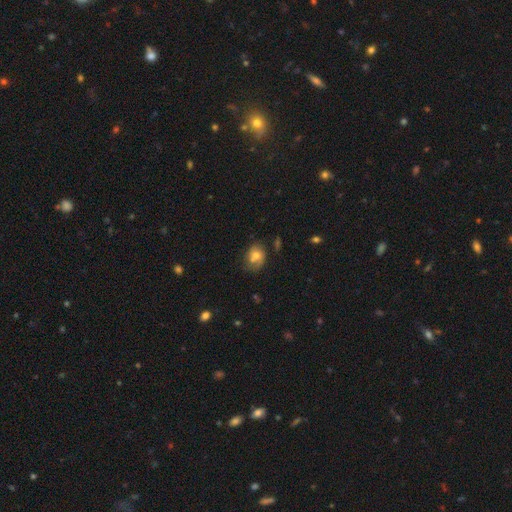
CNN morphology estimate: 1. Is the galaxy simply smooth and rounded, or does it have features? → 53% smooth, 36% featured or disk, 11% star or artifact.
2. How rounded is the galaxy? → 56% in between, 43% round, 1% cigar-shaped.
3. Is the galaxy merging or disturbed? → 52% none, 27% minor disturbance, 13% major disturbance, 8% merger.